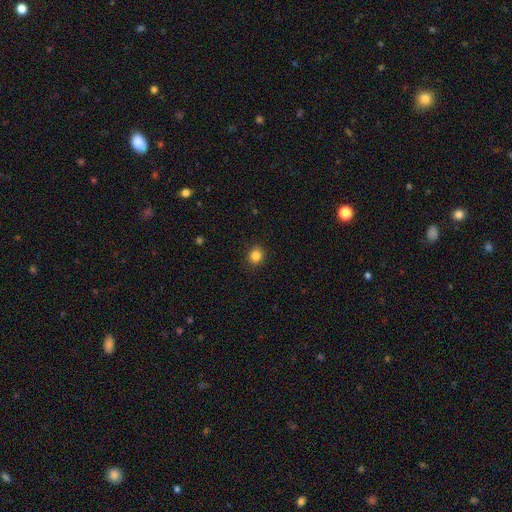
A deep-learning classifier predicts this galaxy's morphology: The model was most divided on "how rounded": round: 78%, in between: 21%, cigar-shaped: 1%. More confident: merging — none (90%); smooth or featured — smooth (84%).